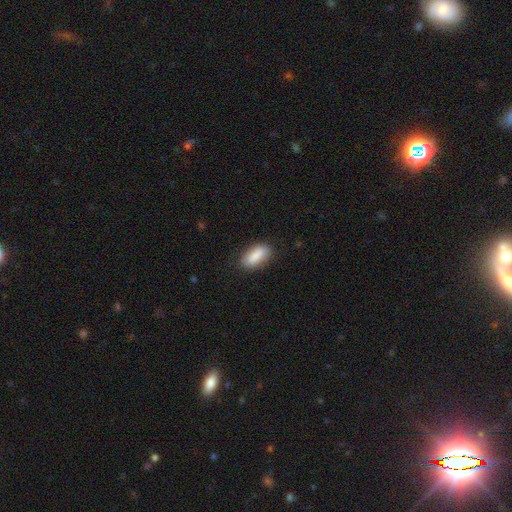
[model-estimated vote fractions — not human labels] Smooth or featured? smooth (85%)
How rounded? in between (81%)
Merging? none (84%)